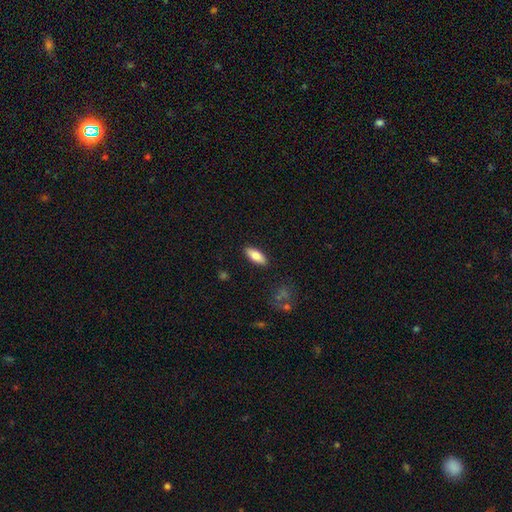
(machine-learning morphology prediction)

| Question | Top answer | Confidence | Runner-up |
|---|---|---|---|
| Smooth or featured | smooth | 77% | featured or disk (17%) |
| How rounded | in between | 77% | cigar-shaped (21%) |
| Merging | none | 89% | minor disturbance (8%) |